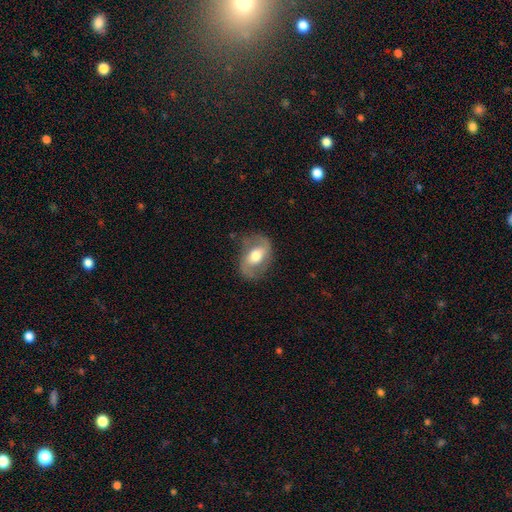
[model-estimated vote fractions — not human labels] The model was most divided on "bar": weak: 41%, no: 36%, strong: 24%. Remaining: edge-on disk — no (95%); spiral arm count — 2 (90%); spiral arms — yes (83%); merging — none (75%); smooth or featured — featured or disk (71%); bulge size — moderate (59%); spiral winding — medium (45%).